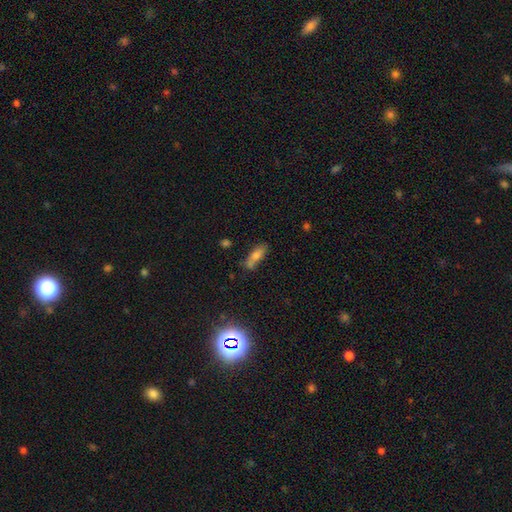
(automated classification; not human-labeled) A smooth galaxy with no disk features (61%) that is in between round and cigar-shaped (61%). Merging: none (57%).